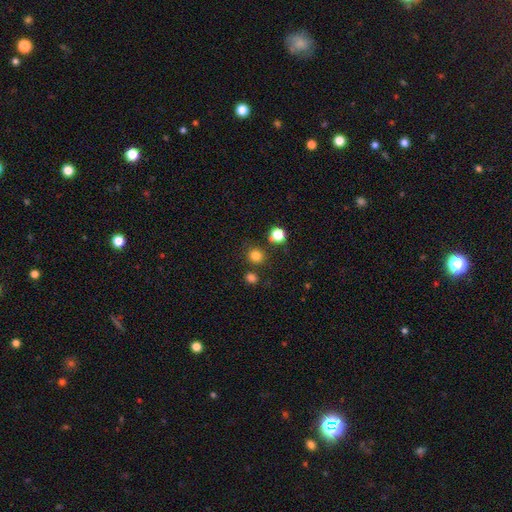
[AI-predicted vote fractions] Overall: smooth (80%). How rounded: round (87%). Merging: none (80%).